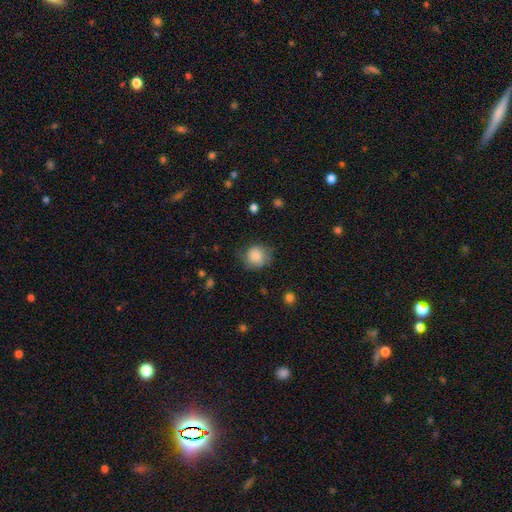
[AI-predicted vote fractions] A smooth galaxy with no disk features (84%) that is round (83%). Merging: none (67%).